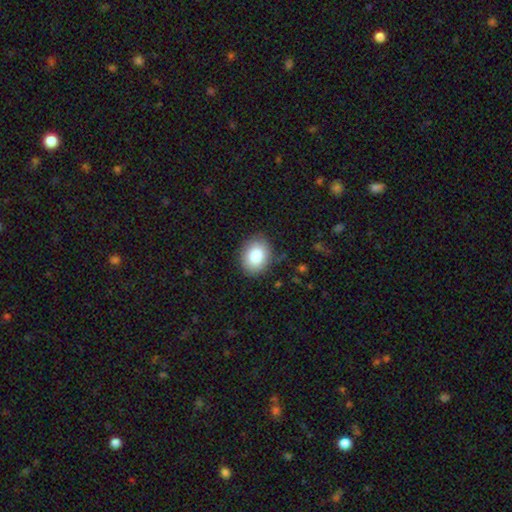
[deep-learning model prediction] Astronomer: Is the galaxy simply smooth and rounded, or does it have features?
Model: smooth — 84%.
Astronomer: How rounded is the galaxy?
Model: in between — 53% (runner-up: round, 46%).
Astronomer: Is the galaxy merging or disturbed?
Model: none — 86%.